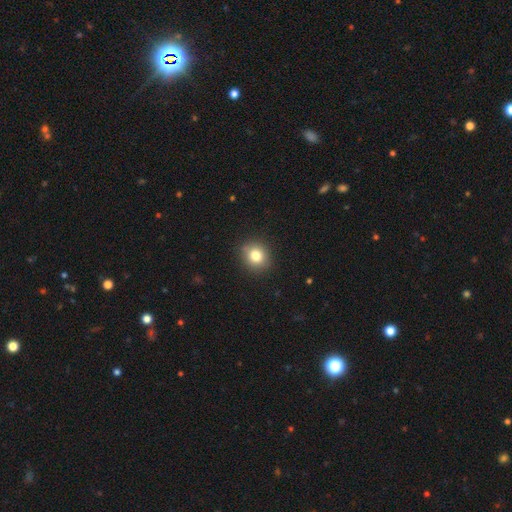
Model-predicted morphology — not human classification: Smooth or featured? Predicted: smooth (p=0.81). How rounded? Predicted: round (p=0.79). Merging? Predicted: none (p=0.88).